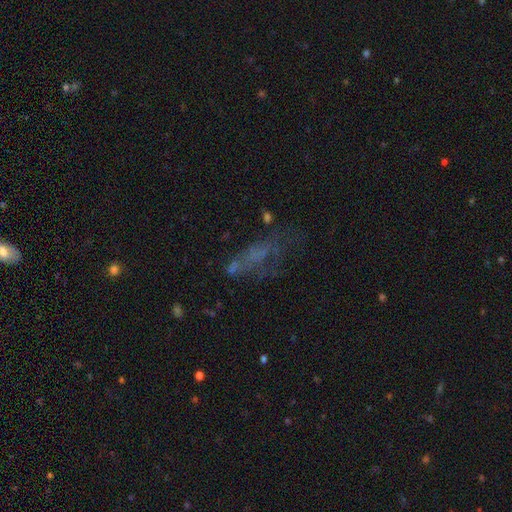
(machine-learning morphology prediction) featured or disk 38%, smooth 35%, star or artifact 27%. Down the decision tree: merging — none (43%).